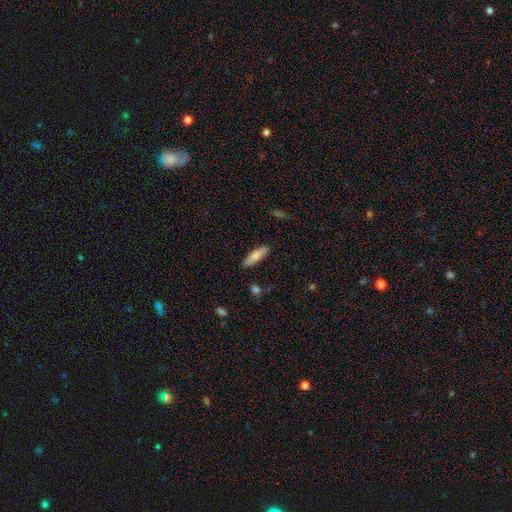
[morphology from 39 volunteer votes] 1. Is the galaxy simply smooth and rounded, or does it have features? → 79% smooth, 18% featured or disk, 3% star or artifact.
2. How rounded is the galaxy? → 58% cigar-shaped, 35% in between, 6% round.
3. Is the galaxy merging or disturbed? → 92% none, 5% minor disturbance, 3% major disturbance, 0% merger.